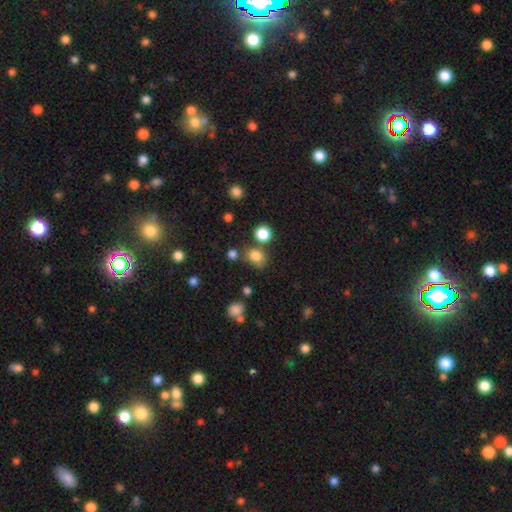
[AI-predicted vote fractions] smooth 79%, star or artifact 15%, featured or disk 6%. Down the decision tree: how rounded — round (68%); merging — none (66%).